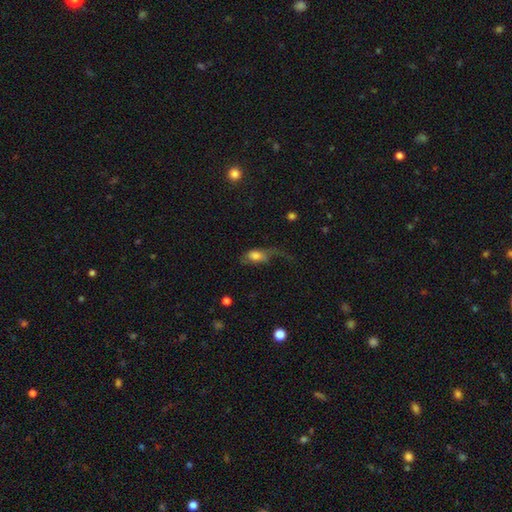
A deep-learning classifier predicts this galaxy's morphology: Q: Smooth or featured?
A: smooth (63%); runner-up: featured or disk (29%)
Q: How rounded?
A: in between (82%); runner-up: round (11%)
Q: Merging?
A: major disturbance (56%); runner-up: none (22%)